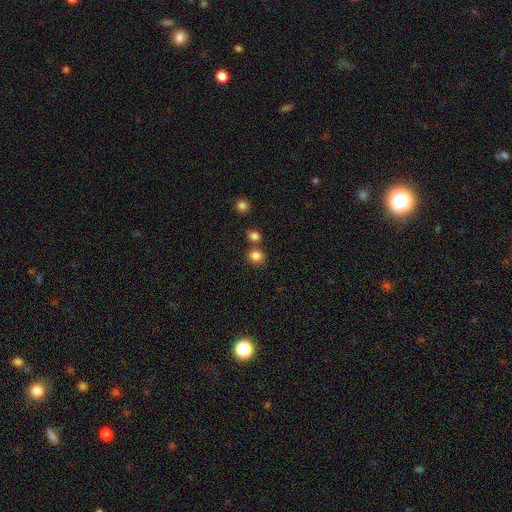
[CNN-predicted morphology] The model was most divided on "merging": none: 70%, merger: 18%, minor disturbance: 9%, major disturbance: 3%. More confident: smooth or featured — smooth (84%); how rounded — round (80%).